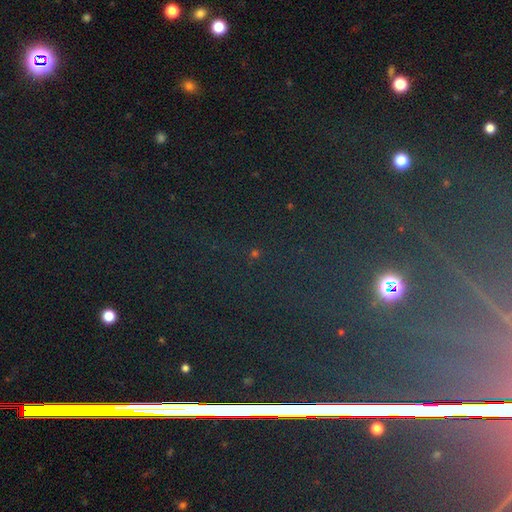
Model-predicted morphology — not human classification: Smooth or featured? star or artifact (81%)